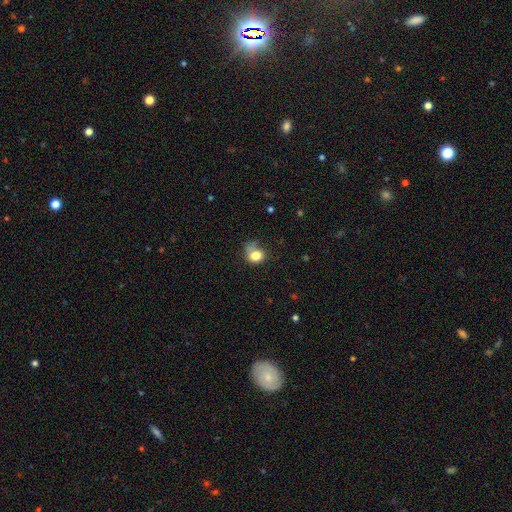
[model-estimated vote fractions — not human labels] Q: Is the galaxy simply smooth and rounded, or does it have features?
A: smooth — 78%.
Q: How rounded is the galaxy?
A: round — 61%.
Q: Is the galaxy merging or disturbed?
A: none — 39%.